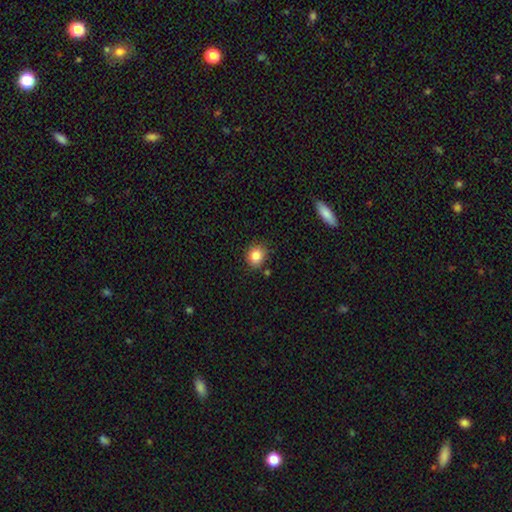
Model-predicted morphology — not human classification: Smooth or featured? smooth (85%)
How rounded? round (68%)
Merging? none (82%)